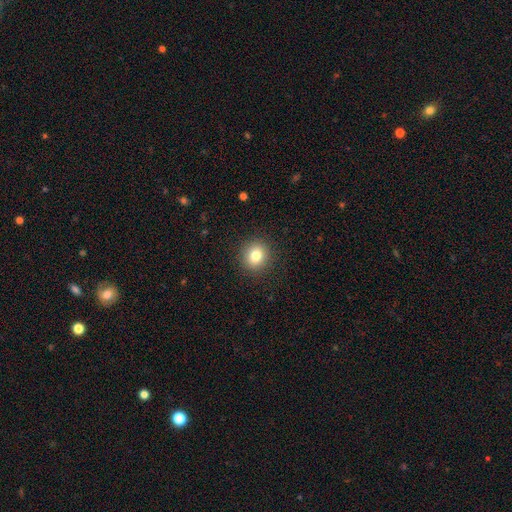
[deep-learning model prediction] Smooth or featured: smooth — 81% (star or artifact — 11%)
How rounded: round — 86% (in between — 14%)
Merging: none — 91% (minor disturbance — 6%)